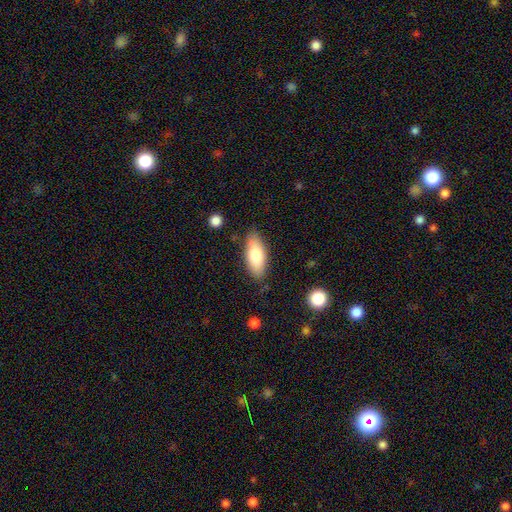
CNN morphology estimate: type=smooth (76%); roundness=in between (80%); merging=none (82%).